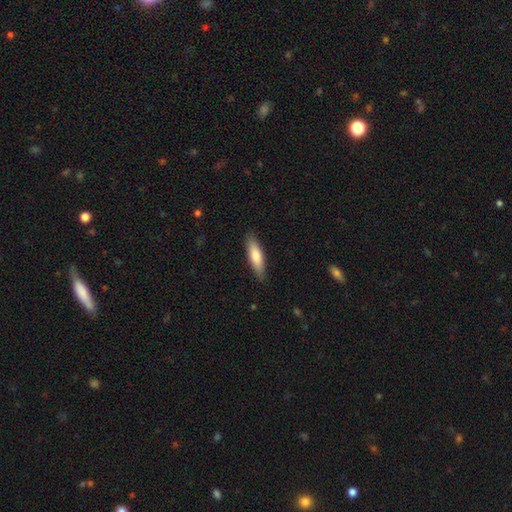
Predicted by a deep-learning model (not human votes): Overall: smooth (73%). How rounded: cigar-shaped (64%; in between 34%). Merging: none (88%).